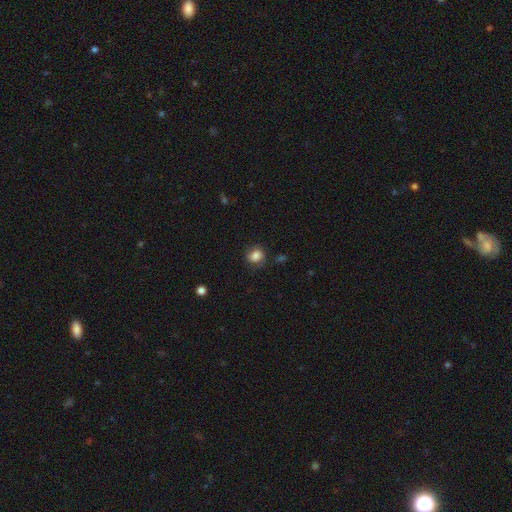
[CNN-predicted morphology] Q: Smooth or featured?
A: smooth (74%); runner-up: featured or disk (16%)
Q: How rounded?
A: round (67%); runner-up: in between (32%)
Q: Merging?
A: none (69%); runner-up: minor disturbance (21%)